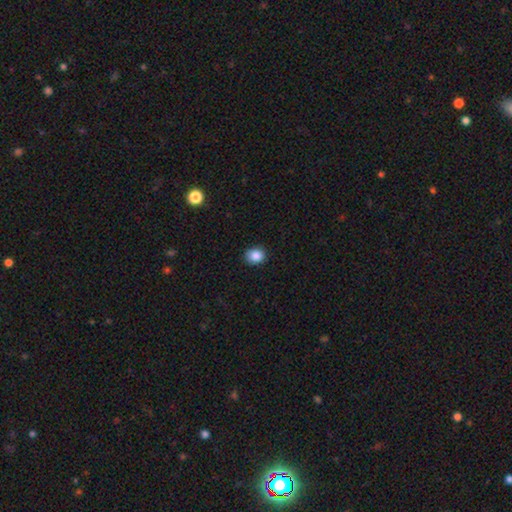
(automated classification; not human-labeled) Smooth or featured?
  - smooth: 86% *
  - star or artifact: 9%
  - featured or disk: 4%
How rounded?
  - round: 59% *
  - in between: 40%
  - cigar-shaped: 1%
Merging?
  - none: 88% *
  - minor disturbance: 9%
  - major disturbance: 2%
  - merger: 1%